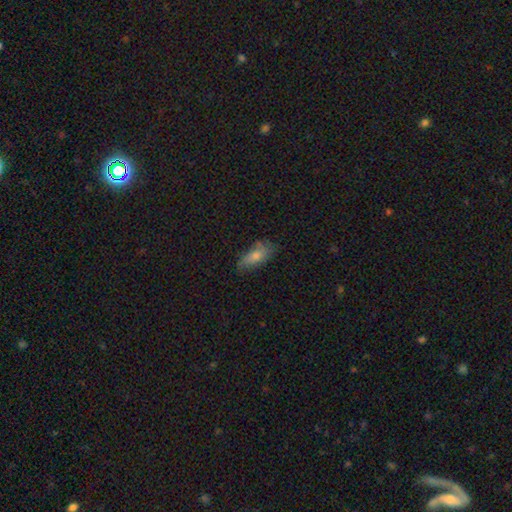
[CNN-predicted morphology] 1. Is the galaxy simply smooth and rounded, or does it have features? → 66% smooth, 25% featured or disk, 10% star or artifact.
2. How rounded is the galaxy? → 71% in between, 26% cigar-shaped, 3% round.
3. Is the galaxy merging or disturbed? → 64% none, 27% minor disturbance, 7% major disturbance, 2% merger.